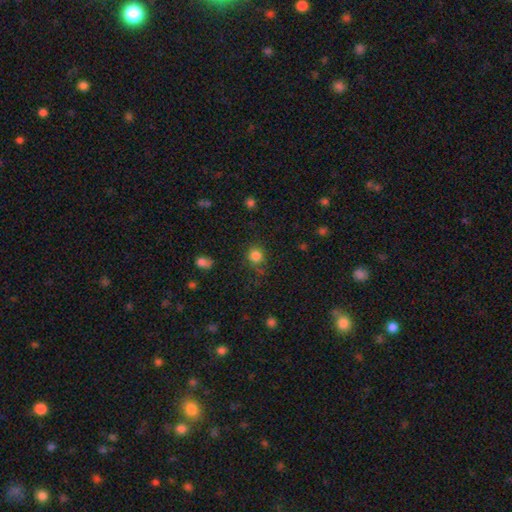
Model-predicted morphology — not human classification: Smooth or featured? Predicted: smooth (p=0.82). How rounded? Predicted: round (p=0.87). Merging? Predicted: none (p=0.78).